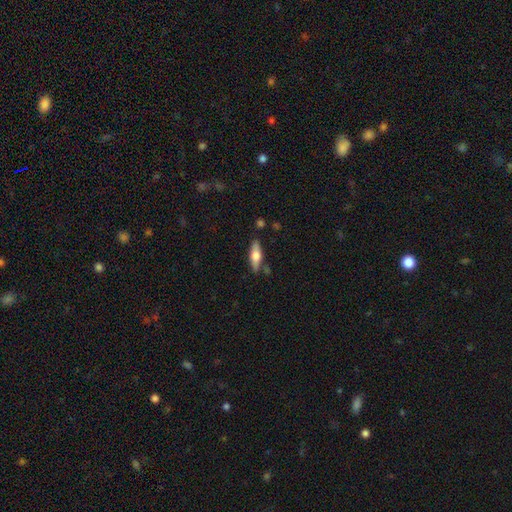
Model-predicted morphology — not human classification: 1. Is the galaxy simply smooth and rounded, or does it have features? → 47% smooth (tied), 47% featured or disk (tied), 6% star or artifact.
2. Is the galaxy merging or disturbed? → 80% none, 13% minor disturbance, 4% merger, 3% major disturbance.